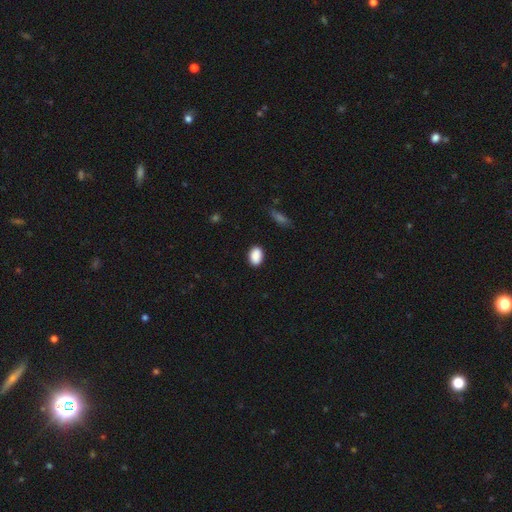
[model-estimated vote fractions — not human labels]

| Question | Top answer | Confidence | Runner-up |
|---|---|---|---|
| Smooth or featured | smooth | 90% | star or artifact (8%) |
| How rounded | in between | 83% | round (15%) |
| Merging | none | 87% | minor disturbance (10%) |